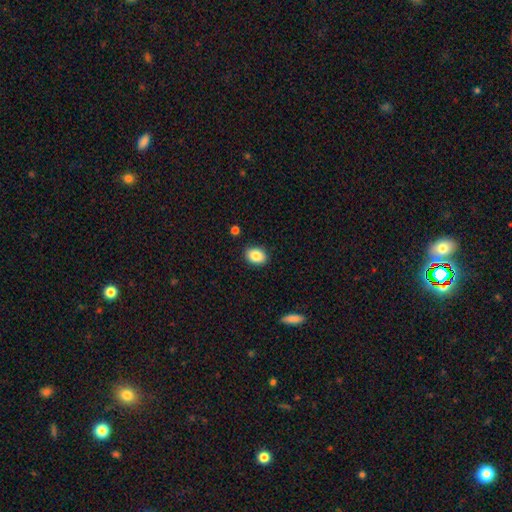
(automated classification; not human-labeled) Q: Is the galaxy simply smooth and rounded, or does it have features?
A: smooth — 86%.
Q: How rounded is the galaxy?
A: in between — 68%.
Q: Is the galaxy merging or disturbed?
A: none — 88%.